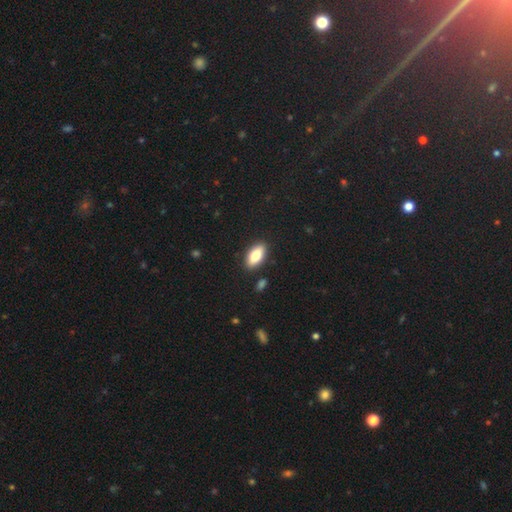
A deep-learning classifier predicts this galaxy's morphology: Smooth or featured? smooth (79%)
How rounded? in between (86%)
Merging? none (88%)